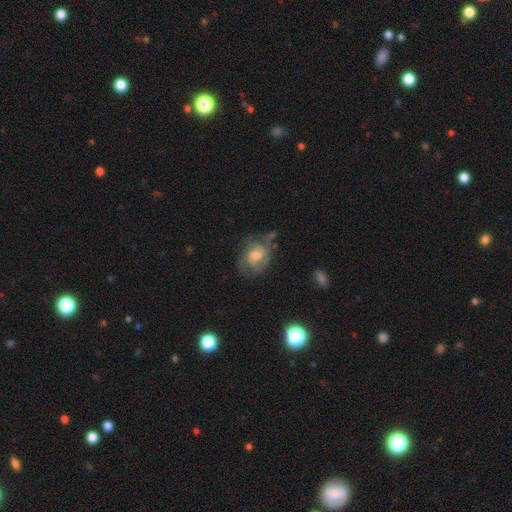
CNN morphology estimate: Smooth or featured? featured or disk (70%)
Edge-on disk? no (97%)
Bar? no (56%)
Spiral arms? yes (88%)
Spiral winding? medium (44%)
Spiral arm count? 2 (45%)
Bulge size? moderate (54%)
Merging? none (58%)